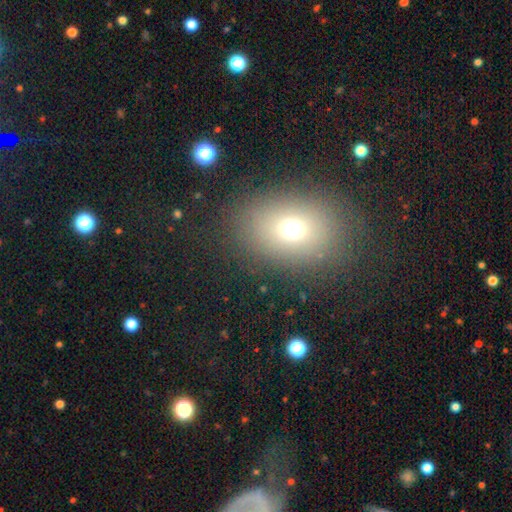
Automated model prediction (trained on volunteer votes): smooth 62%, star or artifact 22%, featured or disk 16%. Down the decision tree: how rounded — in between (66%); merging — none (84%).